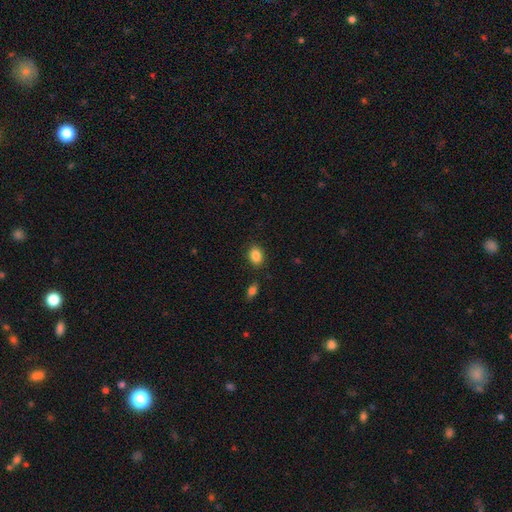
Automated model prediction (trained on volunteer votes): A smooth galaxy with no disk features (86%) that is in between round and cigar-shaped (71%).

Vote fractions:
- Smooth or featured? smooth: 86% / star or artifact: 9% / featured or disk: 5%
- How rounded? in between: 71% / round: 28% / cigar-shaped: 1%
- Merging? none: 86% / minor disturbance: 9% / major disturbance: 3% / merger: 2%